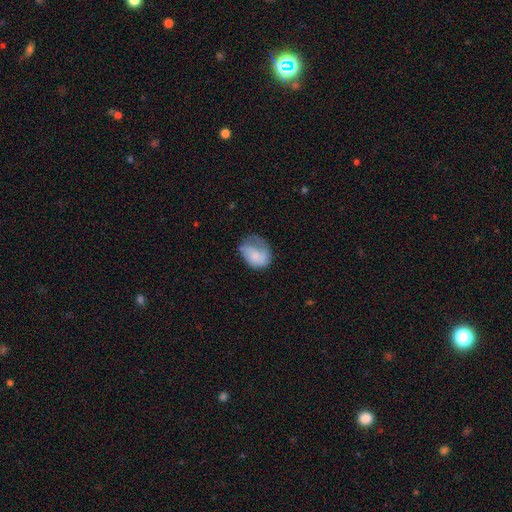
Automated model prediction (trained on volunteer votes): A smooth galaxy with no disk features (66%) that is in between round and cigar-shaped (62%). Merging: none (33%, tied with minor disturbance).